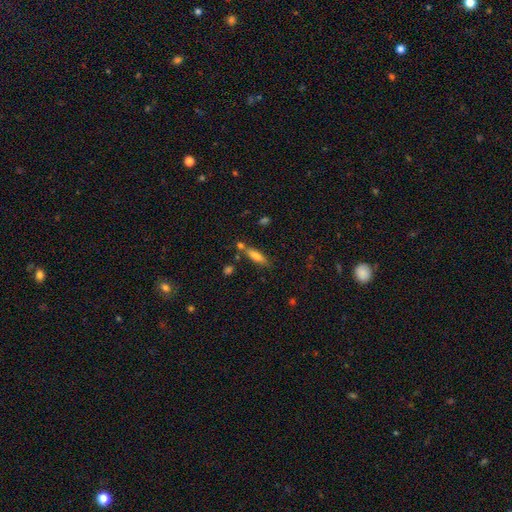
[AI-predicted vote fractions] This appears to be a smooth galaxy with no disk features (71%) that is cigar-shaped (60%). Merging: none (68%).